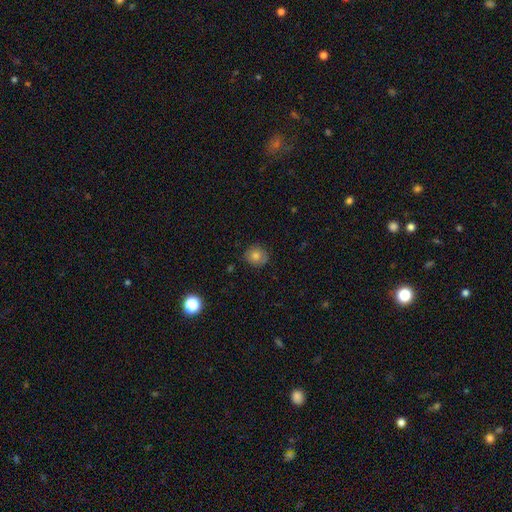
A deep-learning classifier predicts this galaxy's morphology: A smooth galaxy with no disk features (75%) that is round (85%). Merging: none (81%).